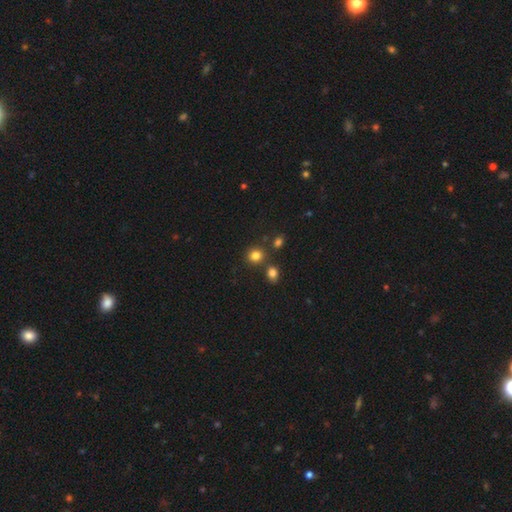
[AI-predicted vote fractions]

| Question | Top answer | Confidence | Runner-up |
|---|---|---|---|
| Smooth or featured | smooth | 81% | star or artifact (14%) |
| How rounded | round | 80% | in between (19%) |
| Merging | none | 76% | merger (13%) |